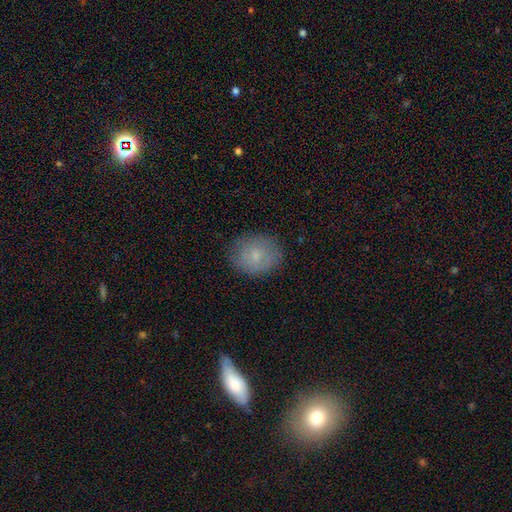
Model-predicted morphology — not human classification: Overall: smooth (73%). How rounded: round (60%; in between 38%). Merging: none (80%).